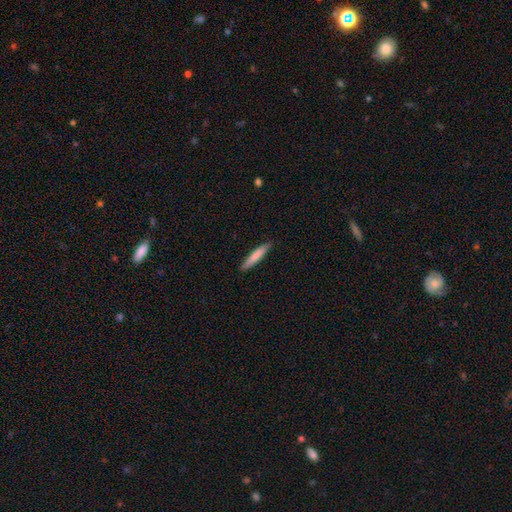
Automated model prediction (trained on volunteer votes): Smooth or featured?
  - smooth: 77% *
  - featured or disk: 17%
  - star or artifact: 5%
How rounded?
  - cigar-shaped: 92% *
  - in between: 7%
  - round: 1%
Merging?
  - none: 89% *
  - minor disturbance: 9%
  - major disturbance: 2%
  - merger: 1%